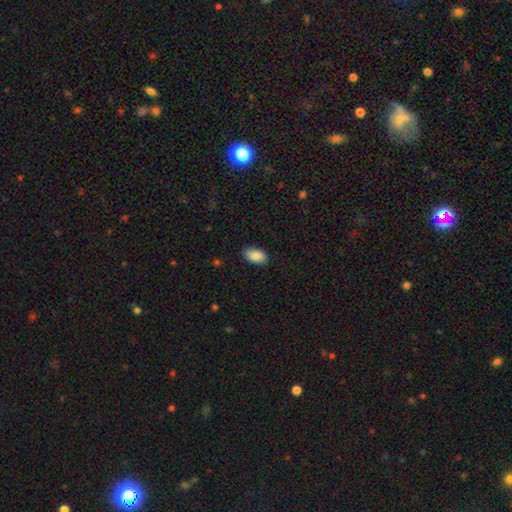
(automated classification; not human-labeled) Overall: smooth (87%). How rounded: in between (94%). Merging: none (85%).